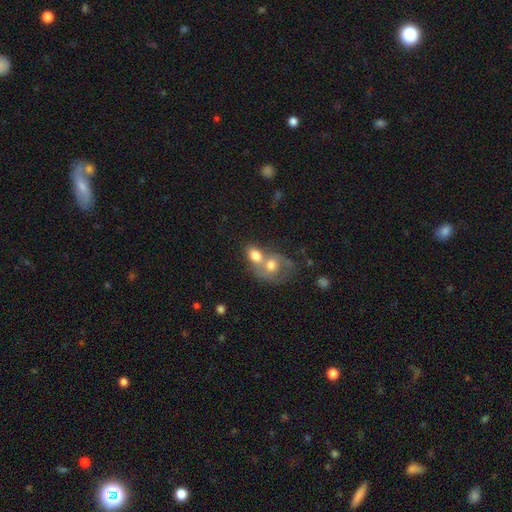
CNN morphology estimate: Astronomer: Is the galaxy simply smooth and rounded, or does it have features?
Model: smooth — 69%.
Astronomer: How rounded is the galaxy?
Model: in between — 63%.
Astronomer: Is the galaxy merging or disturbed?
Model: merger — 70%.